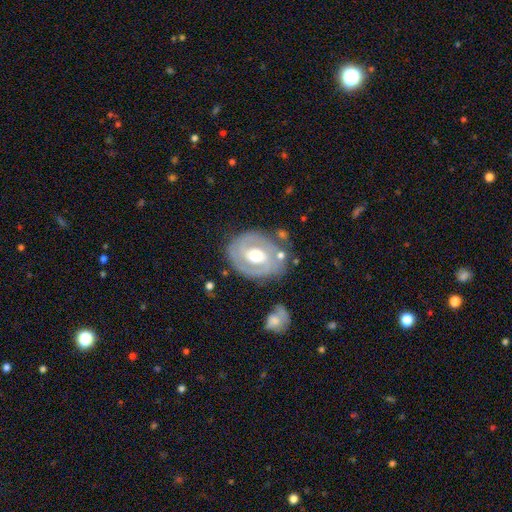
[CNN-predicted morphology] type=featured or disk (78%); edge-on=no (97%); bar=no (47%); spiral arms=yes (79%); winding=tight (60%); arm count=2 (64%); bulge=moderate (73%); merging=none (71%).